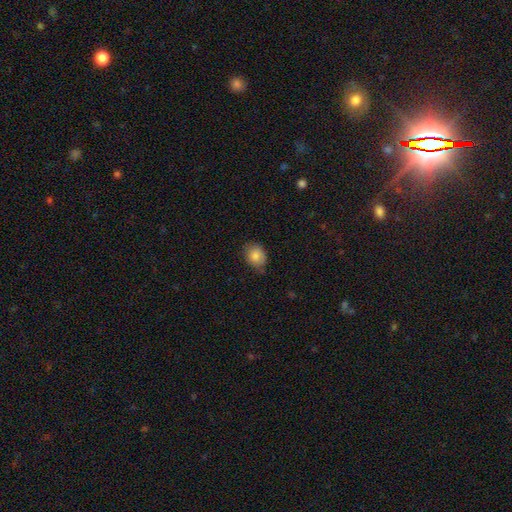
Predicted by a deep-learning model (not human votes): Smooth or featured: smooth — 83% (featured or disk — 9%)
How rounded: in between — 62% (round — 37%)
Merging: none — 72% (minor disturbance — 23%)